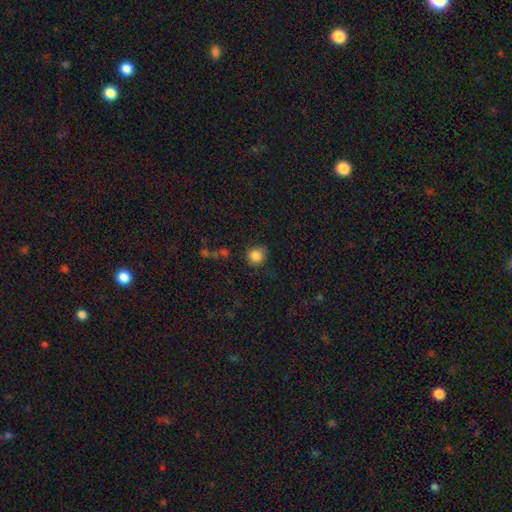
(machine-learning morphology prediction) Smooth or featured? Predicted: smooth (p=0.85). How rounded? Predicted: round (p=0.86). Merging? Predicted: none (p=0.70).